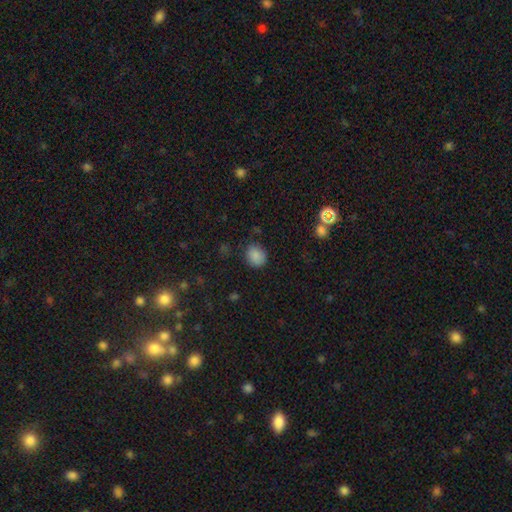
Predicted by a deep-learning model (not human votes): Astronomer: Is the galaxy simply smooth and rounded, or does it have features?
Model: smooth — 85%.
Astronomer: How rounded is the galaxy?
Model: round — 69%.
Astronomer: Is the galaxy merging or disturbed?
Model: none — 78%.